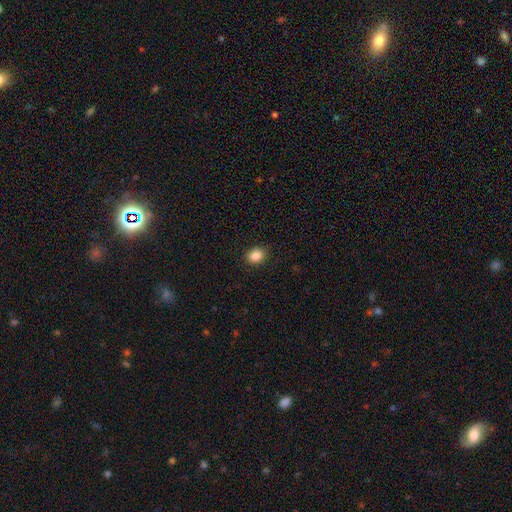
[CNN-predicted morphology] Smooth or featured? smooth (86%)
How rounded? round (57%)
Merging? none (89%)